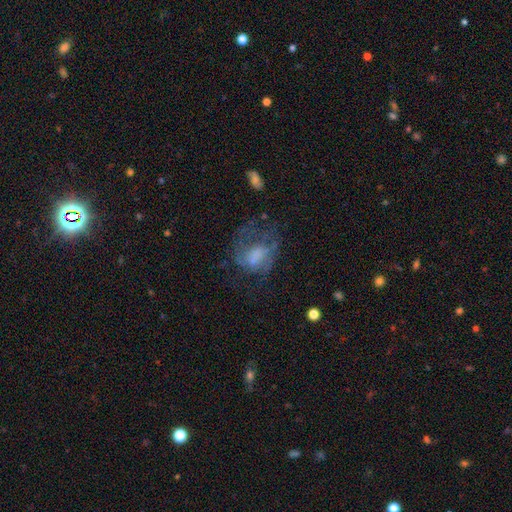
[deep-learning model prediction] A featured or disk galaxy (51%). Merging: major disturbance (42%).